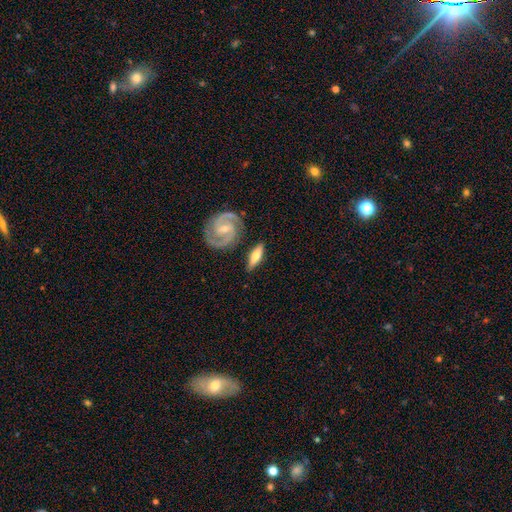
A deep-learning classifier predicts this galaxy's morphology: type=featured or disk (60%); edge-on=no (53%); merging=none (78%).